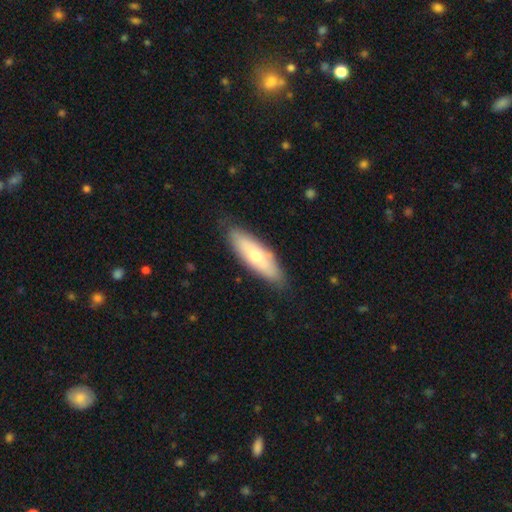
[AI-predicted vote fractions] This is possibly a smooth galaxy (58%). How rounded: possibly in between (51%). Merging: clearly none (83%).